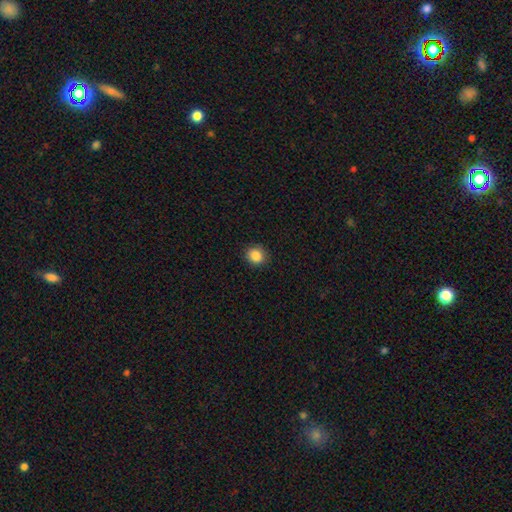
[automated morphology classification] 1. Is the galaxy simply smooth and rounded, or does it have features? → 87% smooth, 10% star or artifact, 3% featured or disk.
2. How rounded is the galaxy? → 83% round, 16% in between, 1% cigar-shaped.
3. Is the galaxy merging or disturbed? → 89% none, 8% minor disturbance, 2% major disturbance, 1% merger.